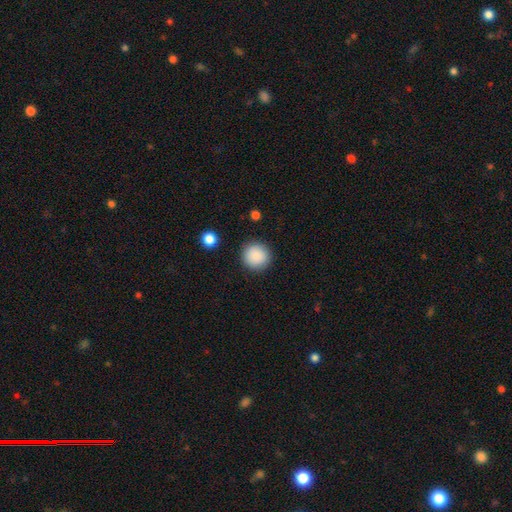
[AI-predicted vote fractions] smooth 89%, star or artifact 8%, featured or disk 3%. Down the decision tree: how rounded — round (94%); merging — none (90%).